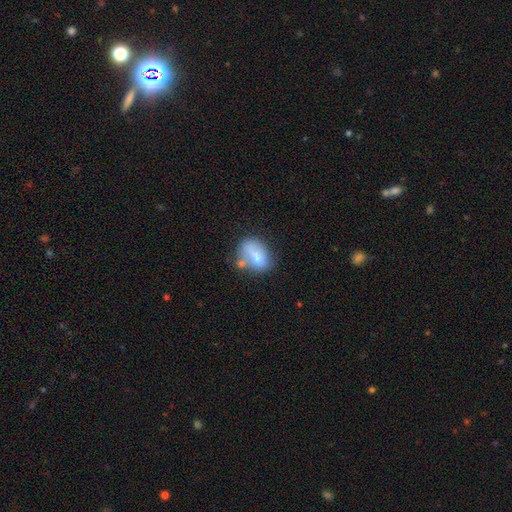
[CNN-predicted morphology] Smooth or featured? Predicted: smooth (p=0.68). How rounded? Predicted: in between (p=0.73). Merging? Predicted: none (p=0.38).